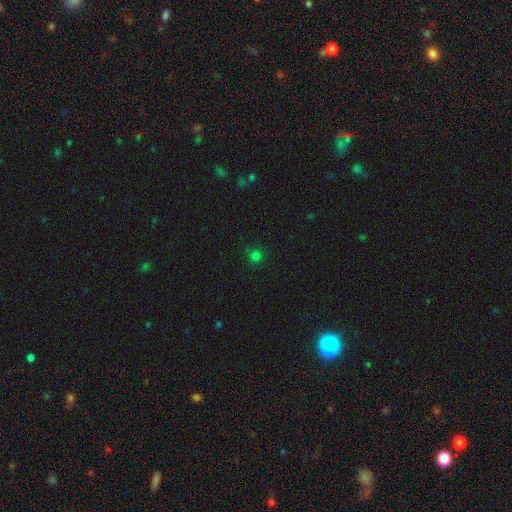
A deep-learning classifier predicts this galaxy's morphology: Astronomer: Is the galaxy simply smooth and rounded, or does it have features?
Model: smooth — 71%.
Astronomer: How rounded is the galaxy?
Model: round — 92%.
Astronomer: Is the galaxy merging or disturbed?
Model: none — 83%.